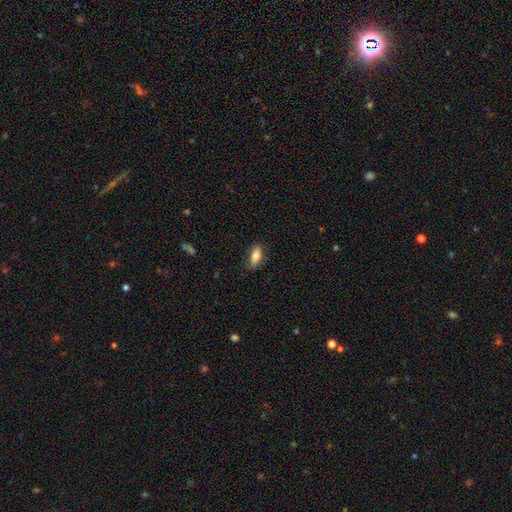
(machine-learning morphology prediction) Smooth or featured?
  - smooth: 79% *
  - featured or disk: 14%
  - star or artifact: 7%
How rounded?
  - in between: 81% *
  - cigar-shaped: 16%
  - round: 3%
Merging?
  - none: 82% *
  - minor disturbance: 14%
  - major disturbance: 3%
  - merger: 1%